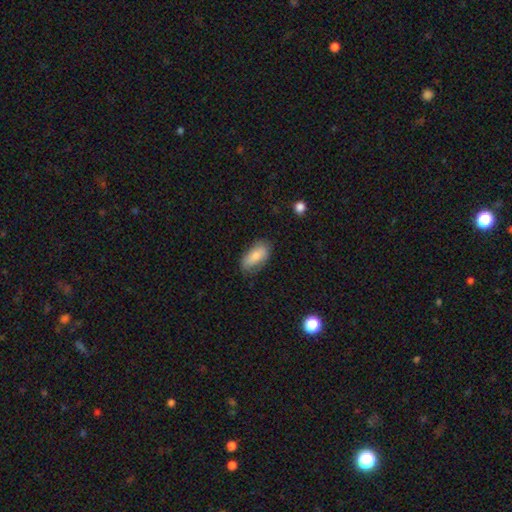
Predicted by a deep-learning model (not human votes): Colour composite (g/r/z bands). It shows a smooth galaxy with no disk features (81%) that is in between round and cigar-shaped (90%). Merging: none (71%).